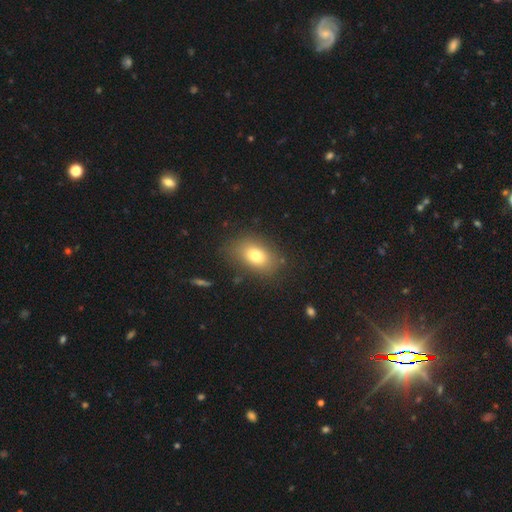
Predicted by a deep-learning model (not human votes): Smooth or featured: smooth — 76% (featured or disk — 13%)
How rounded: in between — 82% (round — 16%)
Merging: none — 81% (minor disturbance — 13%)